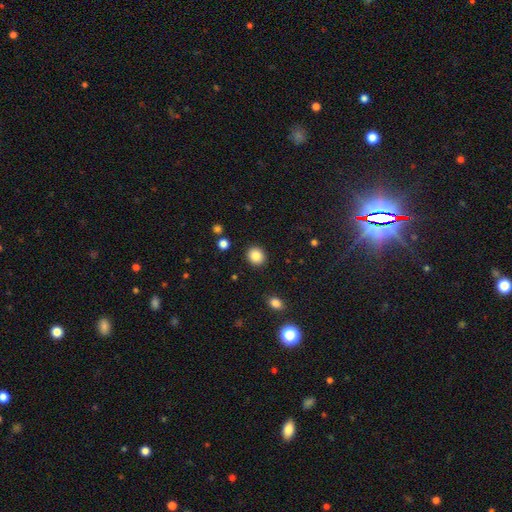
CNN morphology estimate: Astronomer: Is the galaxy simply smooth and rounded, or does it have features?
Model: smooth — 86%.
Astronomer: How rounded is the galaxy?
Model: round — 78%.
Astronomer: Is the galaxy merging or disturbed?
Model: none — 91%.